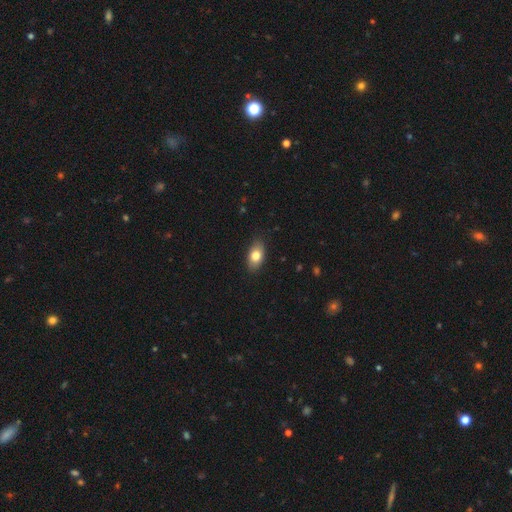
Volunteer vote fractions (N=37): This is clearly a smooth galaxy (81%). How rounded: clearly in between (87%). Merging: clearly none (97%).